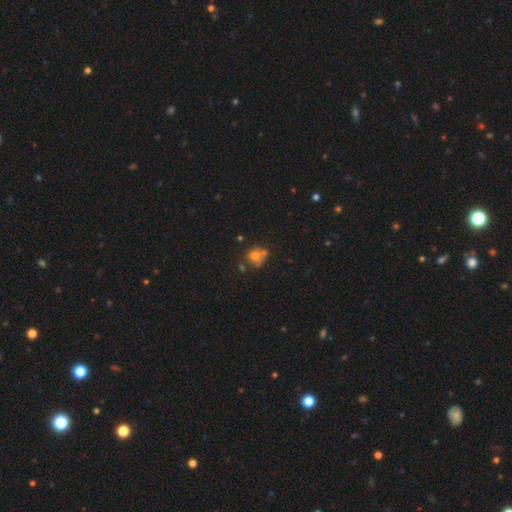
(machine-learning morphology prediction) Smooth or featured?
  - smooth: 67% *
  - featured or disk: 20%
  - star or artifact: 13%
How rounded?
  - round: 78% *
  - in between: 21%
  - cigar-shaped: 1%
Merging?
  - none: 47% *
  - merger: 25%
  - minor disturbance: 20%
  - major disturbance: 8%